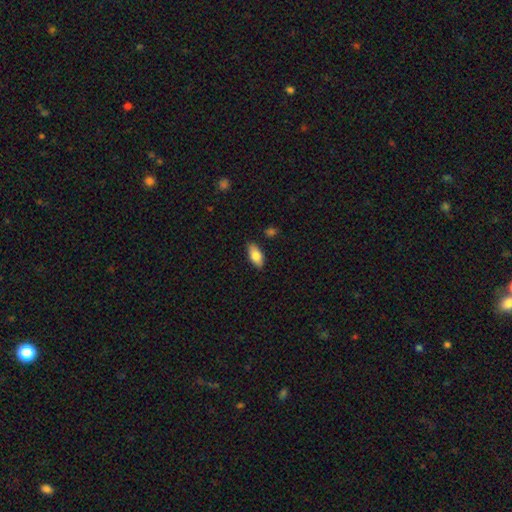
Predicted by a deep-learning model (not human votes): Smooth or featured? Predicted: smooth (p=0.80). How rounded? Predicted: in between (p=0.87). Merging? Predicted: none (p=0.85).